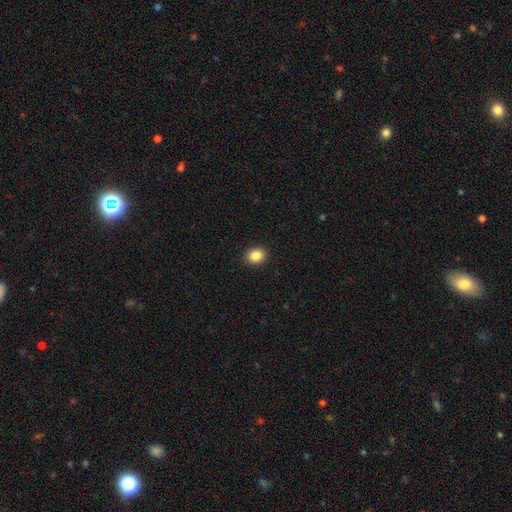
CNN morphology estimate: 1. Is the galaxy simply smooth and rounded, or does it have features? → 87% smooth, 9% star or artifact, 4% featured or disk.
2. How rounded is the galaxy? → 50% round, 49% in between, 1% cigar-shaped.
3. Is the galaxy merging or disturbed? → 91% none, 6% minor disturbance, 2% major disturbance, 1% merger.